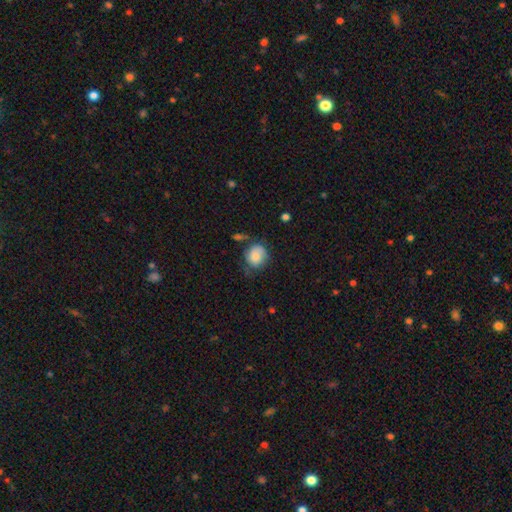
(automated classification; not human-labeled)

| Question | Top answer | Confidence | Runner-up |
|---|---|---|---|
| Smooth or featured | smooth | 76% | featured or disk (16%) |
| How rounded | round | 76% | in between (23%) |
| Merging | none | 52% | minor disturbance (31%) |